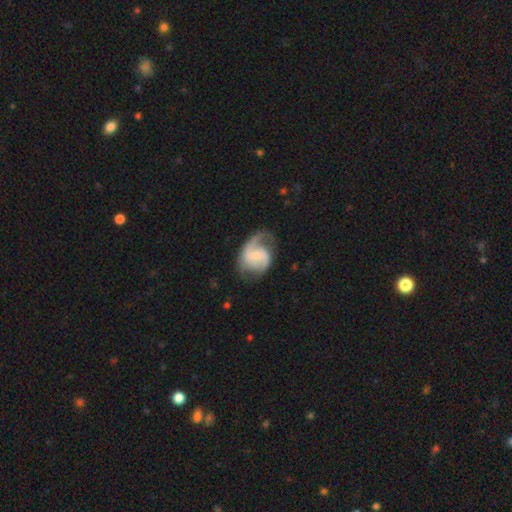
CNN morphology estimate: smooth-or-featured: featured or disk: 78% | smooth: 17% | star or artifact: 6%
  disk-edge-on: no: 98% | yes: 2%
    bar: no: 51% | weak: 41% | strong: 8%
    has-spiral-arms: yes: 94% | no: 6%
      spiral-winding: medium: 46% | loose: 36% | tight: 18%
      spiral-arm-count: 2: 69% | 1: 20% | can't tell: 6% | 3: 2% | 4: 1% | more than 4: 1%
    bulge-size: small: 55% | moderate: 24% | none: 16% | large: 3% | dominant: 1%
  merging: none: 52% | minor disturbance: 25% | major disturbance: 21% | merger: 2%